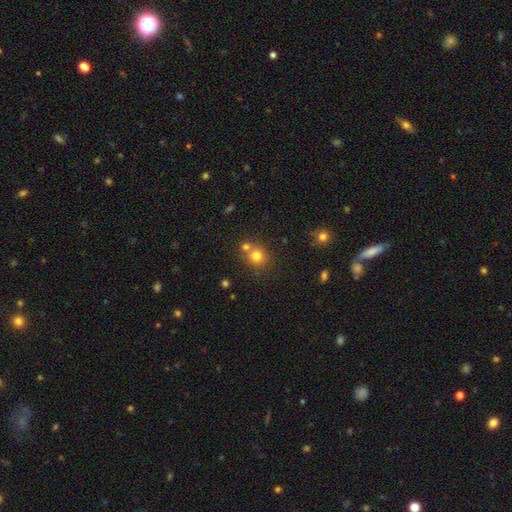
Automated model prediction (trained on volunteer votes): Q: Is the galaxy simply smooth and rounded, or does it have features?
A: smooth — 76%.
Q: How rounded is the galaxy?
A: round — 86%.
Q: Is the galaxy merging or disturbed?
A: none — 60%.